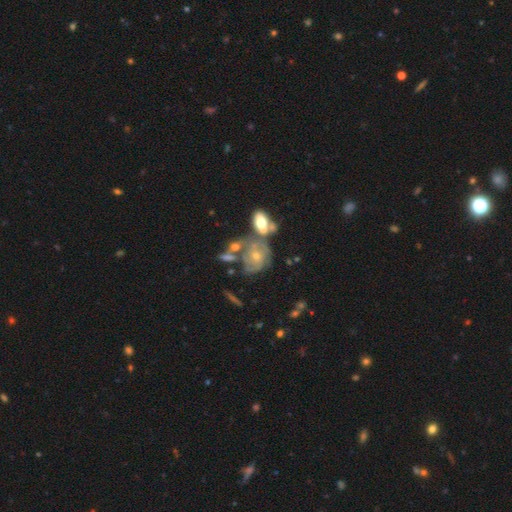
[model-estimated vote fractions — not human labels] Smooth or featured?
  - featured or disk: 68% *
  - smooth: 19%
  - star or artifact: 12%
Edge-on disk?
  - no: 95% *
  - yes: 5%
Bar?
  - no: 79% *
  - weak: 17%
  - strong: 5%
Spiral arms?
  - yes: 76% *
  - no: 24%
Bulge size?
  - small: 53% *
  - moderate: 40%
  - large: 2%
  - none: 2%
  - dominant: 1%
Merging?
  - none: 43% *
  - merger: 31%
  - minor disturbance: 16%
  - major disturbance: 10%